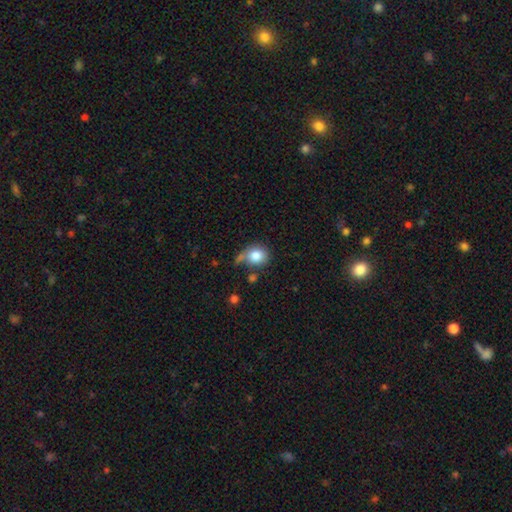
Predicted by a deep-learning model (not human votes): Q: Smooth or featured?
A: smooth (82%); runner-up: featured or disk (10%)
Q: How rounded?
A: round (75%); runner-up: in between (24%)
Q: Merging?
A: none (47%); runner-up: minor disturbance (23%)